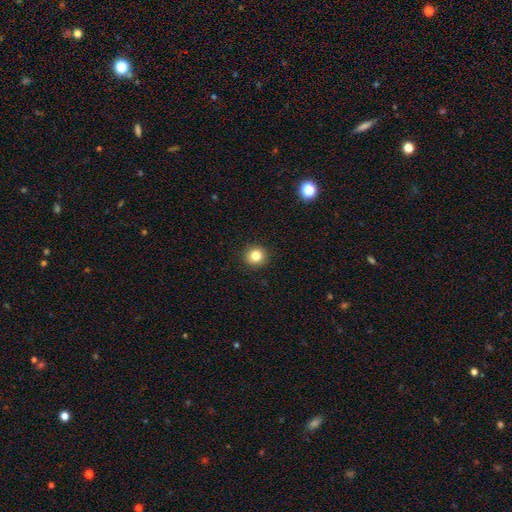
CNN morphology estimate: Smooth or featured: smooth — 82% (star or artifact — 11%)
How rounded: round — 93% (in between — 7%)
Merging: none — 93% (minor disturbance — 5%)